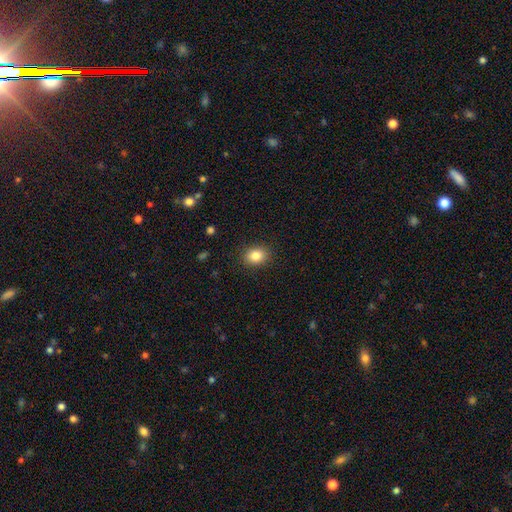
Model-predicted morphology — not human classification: A smooth galaxy with no disk features (84%) that is round (50%). Merging: none (89%).